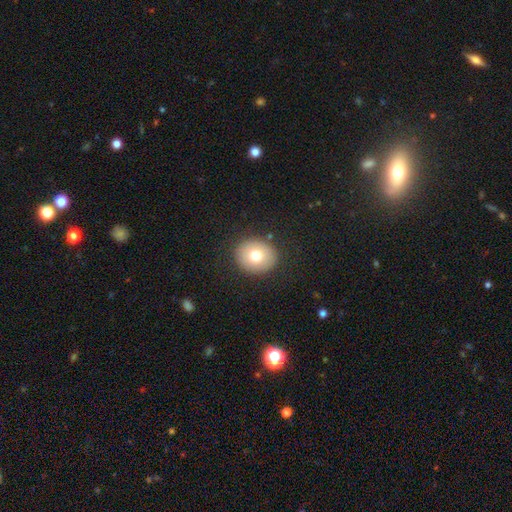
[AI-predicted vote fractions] A smooth galaxy with no disk features (75%) that is round (74%).

Vote fractions:
- Smooth or featured? smooth: 75% / featured or disk: 15% / star or artifact: 10%
- How rounded? round: 74% / in between: 25% / cigar-shaped: 1%
- Merging? none: 88% / minor disturbance: 8% / major disturbance: 3% / merger: 1%